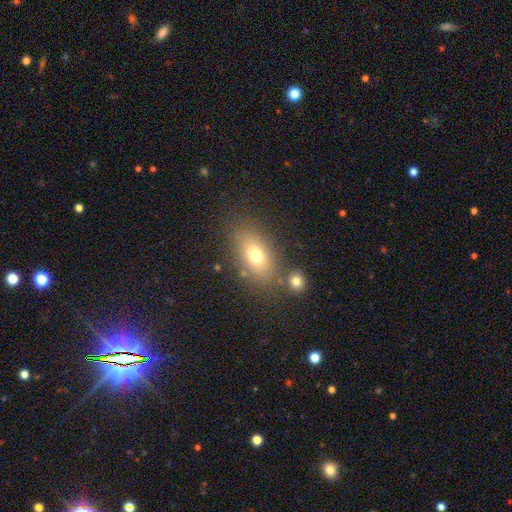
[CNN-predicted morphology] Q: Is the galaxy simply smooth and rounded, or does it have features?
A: smooth — 71%.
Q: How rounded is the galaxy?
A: in between — 83%.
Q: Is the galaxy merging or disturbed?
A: none — 75%.